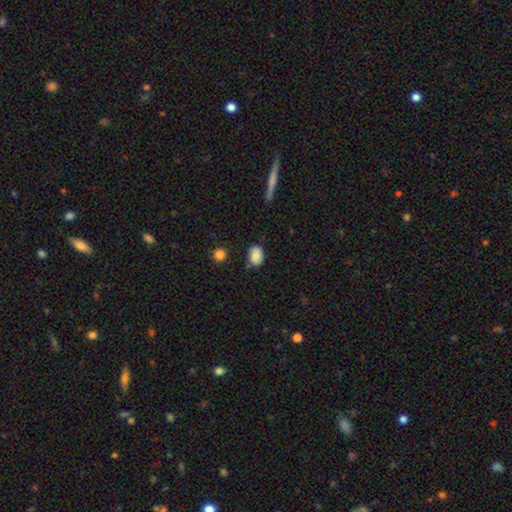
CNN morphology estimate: Smooth or featured? Predicted: smooth (p=0.86). How rounded? Predicted: in between (p=0.76). Merging? Predicted: none (p=0.72).